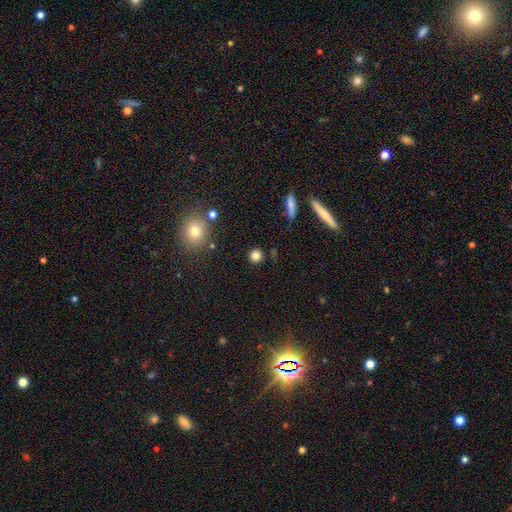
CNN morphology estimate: A smooth galaxy with no disk features (81%) that is round (92%). Merging: none (87%).